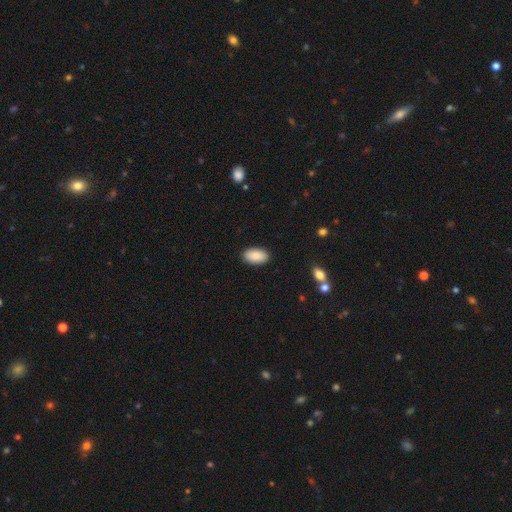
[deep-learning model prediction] Smooth or featured?
  - smooth: 87% *
  - star or artifact: 7%
  - featured or disk: 7%
How rounded?
  - in between: 95% *
  - round: 3%
  - cigar-shaped: 2%
Merging?
  - none: 89% *
  - minor disturbance: 8%
  - major disturbance: 2%
  - merger: 1%